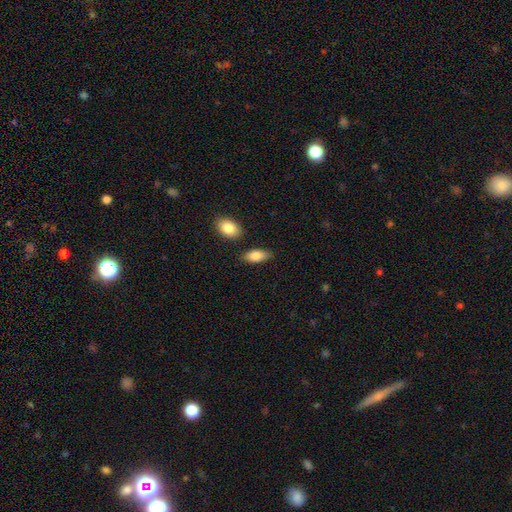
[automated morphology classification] Smooth or featured: smooth — 84% (featured or disk — 9%)
How rounded: in between — 89% (cigar-shaped — 8%)
Merging: none — 77% (minor disturbance — 14%)